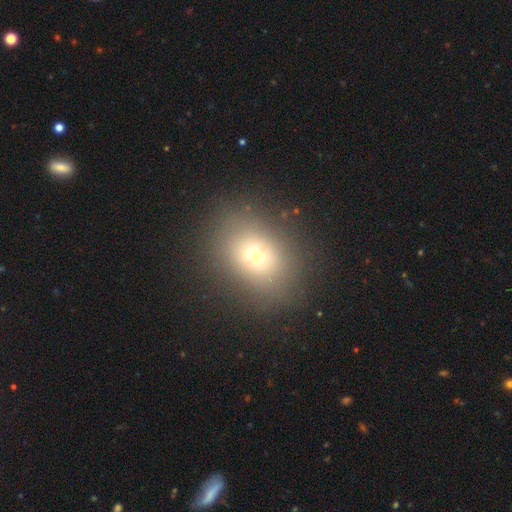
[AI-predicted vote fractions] Overall: smooth (66%). How rounded: in between (57%; round 42%). Merging: none (74%).